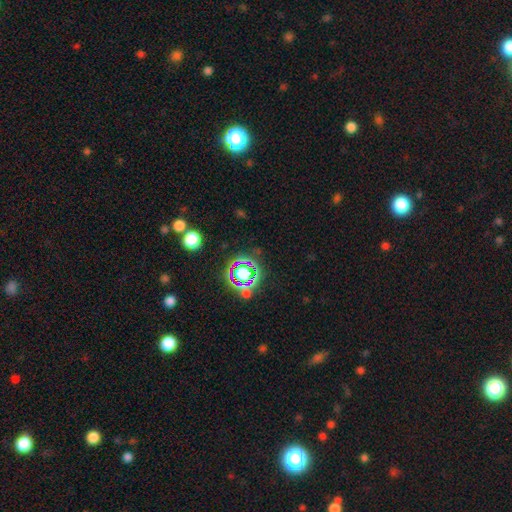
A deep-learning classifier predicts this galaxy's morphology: Smooth or featured: star or artifact — 75% (smooth — 17%)